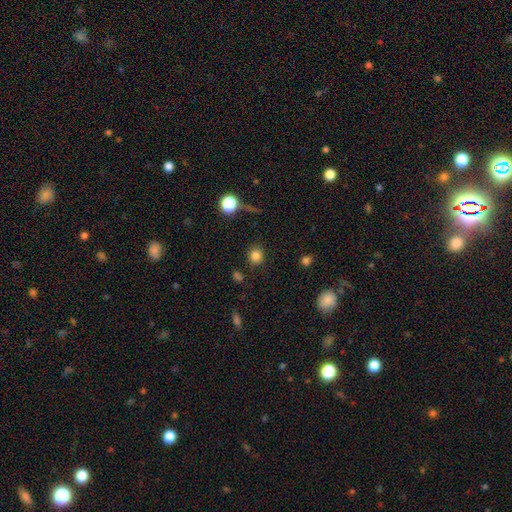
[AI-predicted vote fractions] Smooth or featured?
  - smooth: 82% *
  - star or artifact: 13%
  - featured or disk: 5%
How rounded?
  - round: 83% *
  - in between: 16%
  - cigar-shaped: 1%
Merging?
  - none: 86% *
  - minor disturbance: 8%
  - major disturbance: 3%
  - merger: 2%